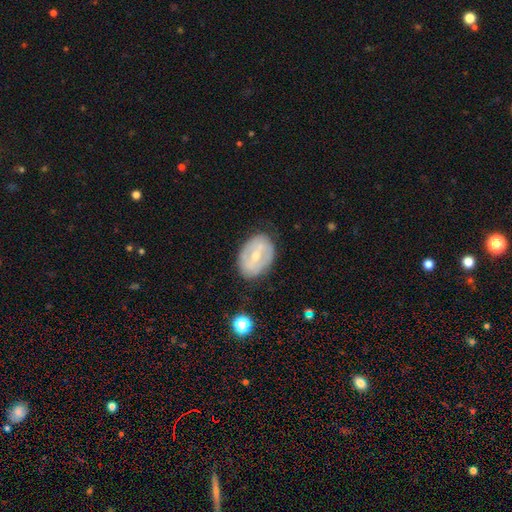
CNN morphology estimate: This appears to be a featured or disk galaxy (60%) with a weak bar (44%), no spiral arms (55%) and a small central bulge (49%). Merging: none (76%).